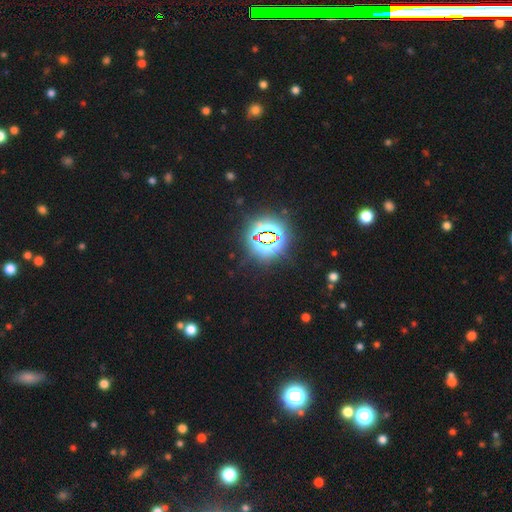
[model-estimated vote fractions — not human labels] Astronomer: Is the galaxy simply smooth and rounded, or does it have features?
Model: star or artifact — 81%.